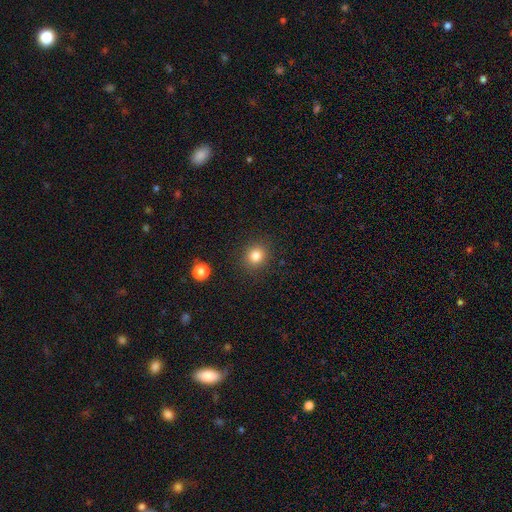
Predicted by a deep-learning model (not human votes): Smooth or featured: smooth — 82% (star or artifact — 12%)
How rounded: round — 81% (in between — 18%)
Merging: none — 88% (minor disturbance — 7%)